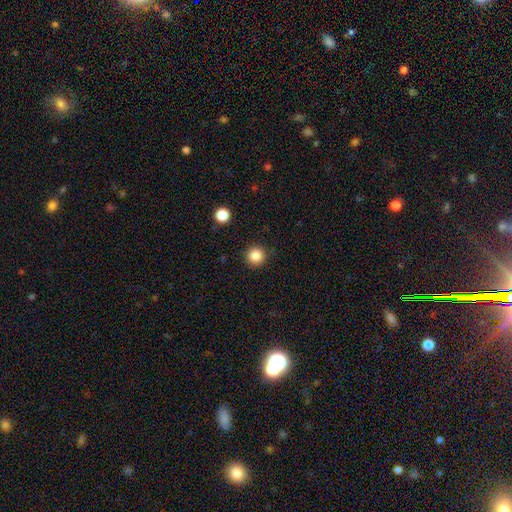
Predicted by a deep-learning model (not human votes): This appears to be a smooth galaxy with no disk features (85%) that is round (96%). Merging: none (91%).